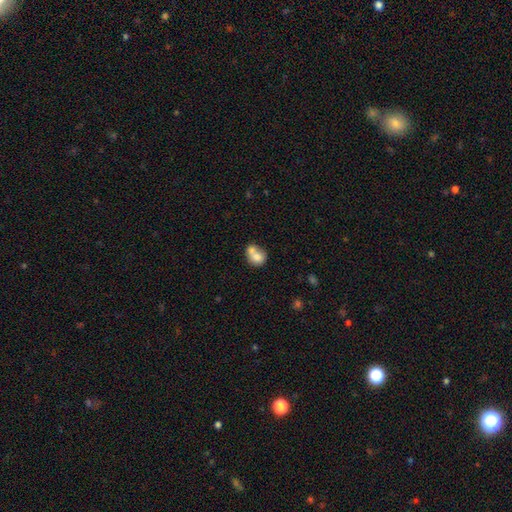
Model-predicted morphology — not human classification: Overall: smooth (73%). How rounded: round (62%; in between 37%). Merging: merger (62%; none 26%).